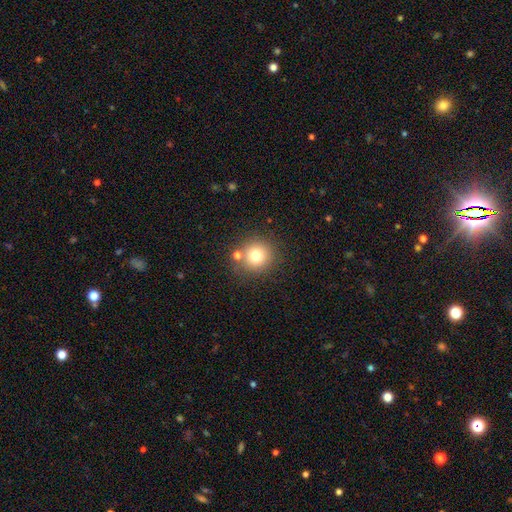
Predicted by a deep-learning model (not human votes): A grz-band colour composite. It shows a smooth galaxy with no disk features (75%) that is round (91%). Merging: none (76%).